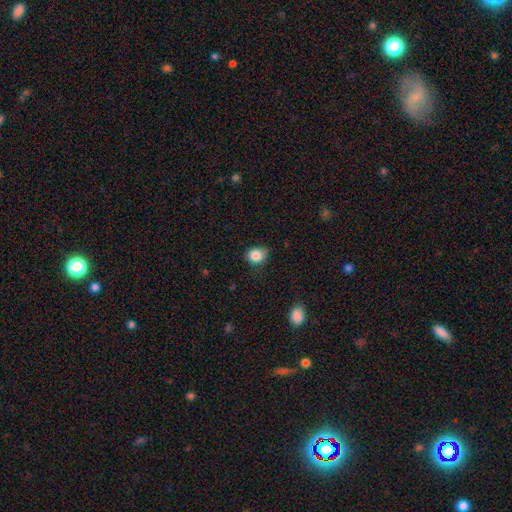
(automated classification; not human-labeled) Overall: smooth (85%). How rounded: round (64%; in between 35%). Merging: none (65%; minor disturbance 28%).